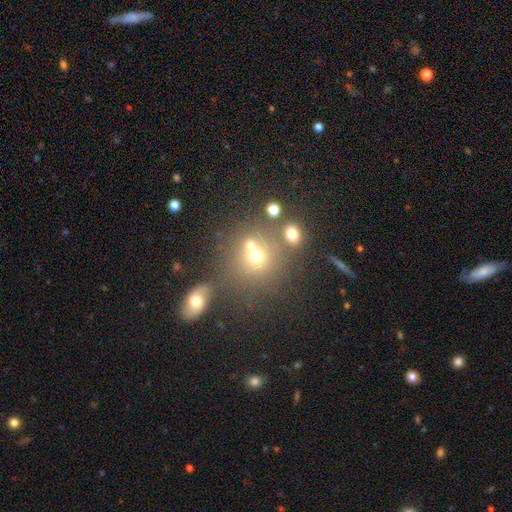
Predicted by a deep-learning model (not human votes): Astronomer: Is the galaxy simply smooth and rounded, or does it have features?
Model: smooth — 66%.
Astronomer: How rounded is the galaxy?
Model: round — 83%.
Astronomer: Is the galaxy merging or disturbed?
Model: none — 55%.